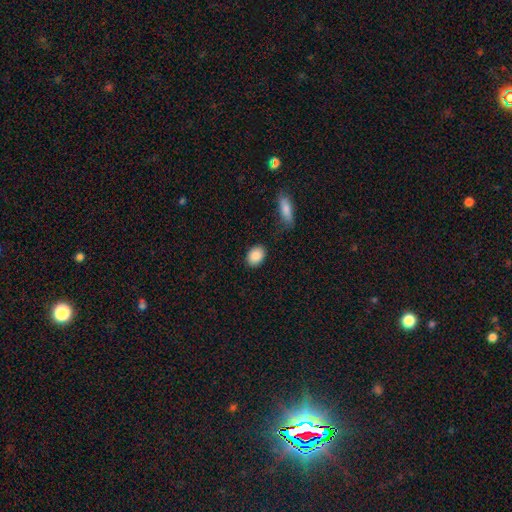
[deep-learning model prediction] smooth-or-featured: smooth: 89% | star or artifact: 7% | featured or disk: 4%
  how-rounded: in between: 67% | round: 31% | cigar-shaped: 2%
  merging: none: 85% | minor disturbance: 9% | merger: 3% | major disturbance: 3%